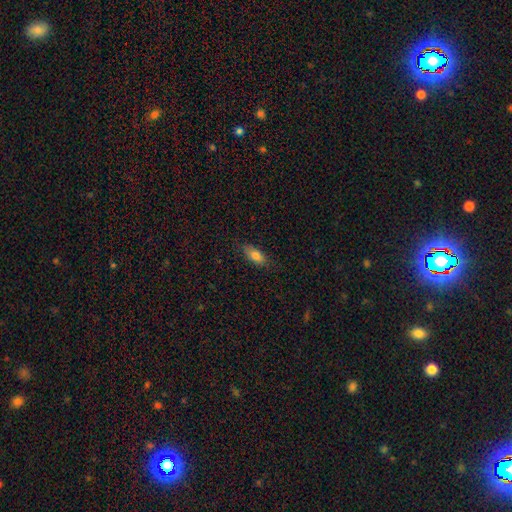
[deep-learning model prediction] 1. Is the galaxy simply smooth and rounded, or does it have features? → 80% smooth, 12% featured or disk, 7% star or artifact.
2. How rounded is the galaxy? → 82% in between, 16% cigar-shaped, 3% round.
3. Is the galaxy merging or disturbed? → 81% none, 15% minor disturbance, 3% major disturbance, 1% merger.